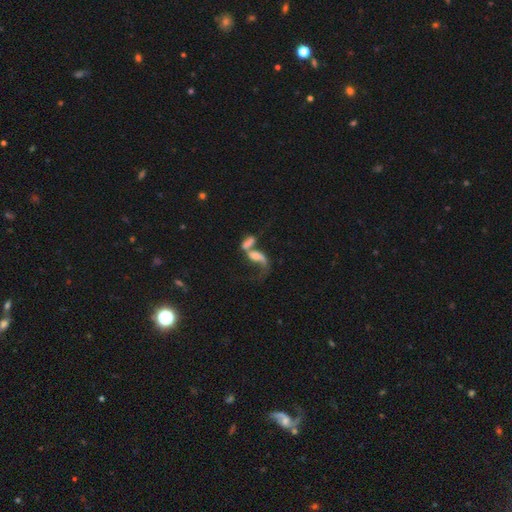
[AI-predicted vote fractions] featured or disk 59%, smooth 31%, star or artifact 10%. Down the decision tree: edge-on disk — no (89%); bar — no (60%); spiral arms — yes (70%); bulge size — moderate (34%); merging — merger (60%).